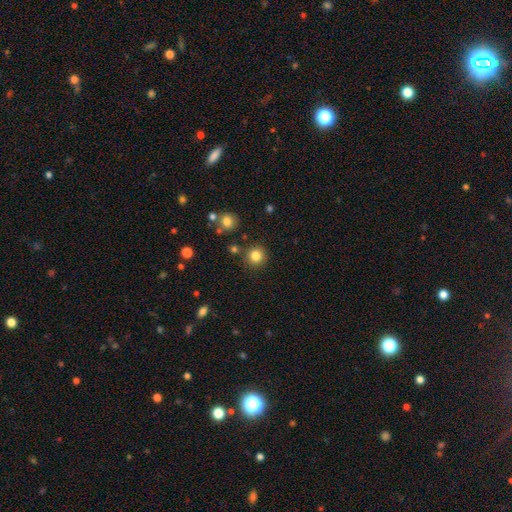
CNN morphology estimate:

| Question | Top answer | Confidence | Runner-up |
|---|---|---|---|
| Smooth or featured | smooth | 82% | star or artifact (12%) |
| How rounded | round | 94% | in between (5%) |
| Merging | none | 87% | minor disturbance (7%) |